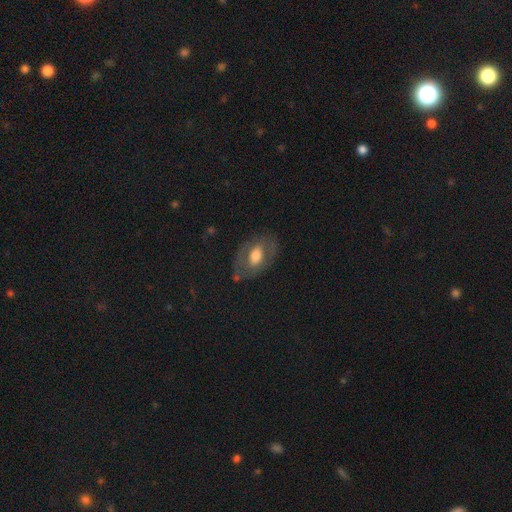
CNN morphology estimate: Smooth or featured? Predicted: featured or disk (p=0.48). Merging? Predicted: none (p=0.70).